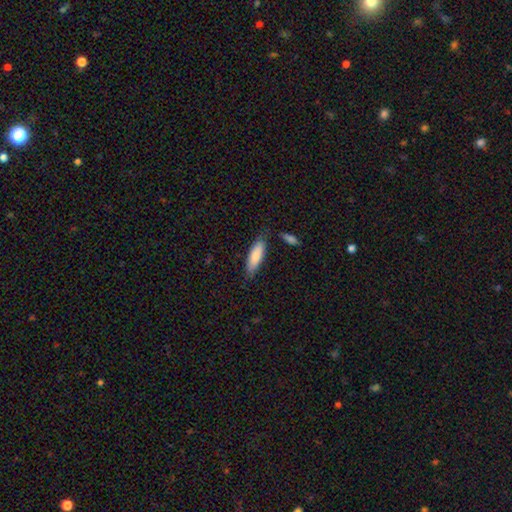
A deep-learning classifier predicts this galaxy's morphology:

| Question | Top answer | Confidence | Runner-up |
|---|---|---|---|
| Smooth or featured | smooth | 80% | featured or disk (14%) |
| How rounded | in between | 50% | cigar-shaped (48%) |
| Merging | none | 74% | minor disturbance (17%) |